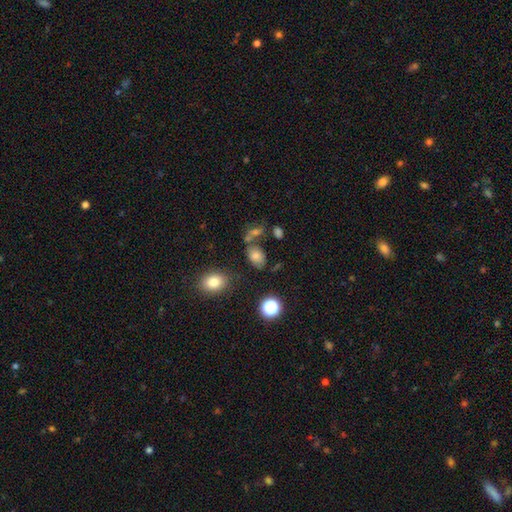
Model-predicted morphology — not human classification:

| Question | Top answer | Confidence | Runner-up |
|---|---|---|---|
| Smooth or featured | smooth | 72% | star or artifact (16%) |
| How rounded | in between | 81% | round (17%) |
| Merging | none | 62% | minor disturbance (16%) |